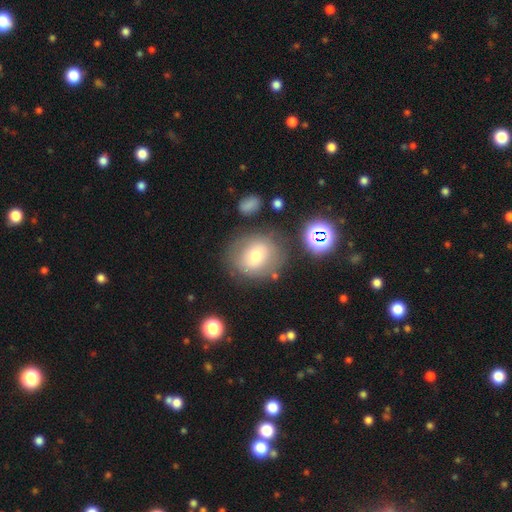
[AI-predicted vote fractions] Morphology: type=smooth (63%); roundness=round (73%); merging=none (72%).